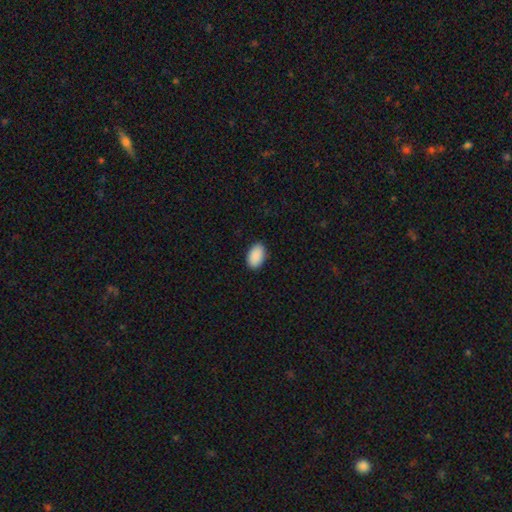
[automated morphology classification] Q: Smooth or featured?
A: smooth (91%); runner-up: star or artifact (7%)
Q: How rounded?
A: in between (94%); runner-up: round (5%)
Q: Merging?
A: none (89%); runner-up: minor disturbance (8%)